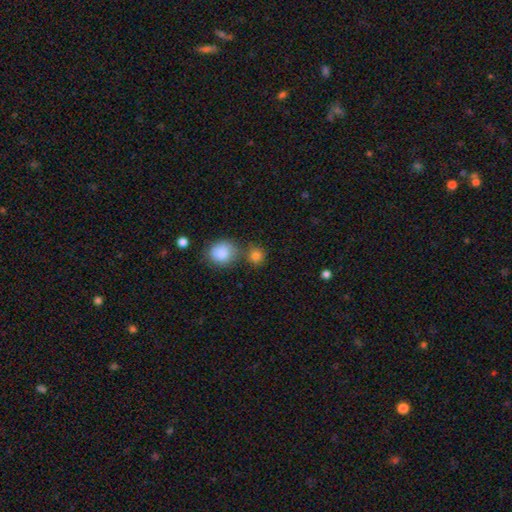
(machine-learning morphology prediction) Smooth or featured: smooth — 82% (star or artifact — 11%)
How rounded: round — 86% (in between — 13%)
Merging: none — 65% (merger — 21%)